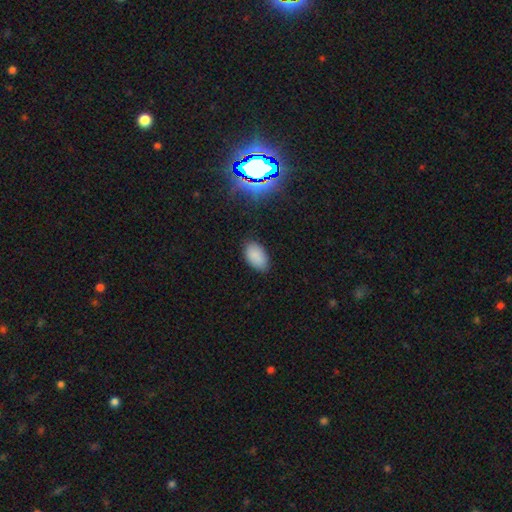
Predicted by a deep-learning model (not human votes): This appears to be a smooth galaxy with no disk features (86%) that is in between round and cigar-shaped (94%). Merging: none (84%).